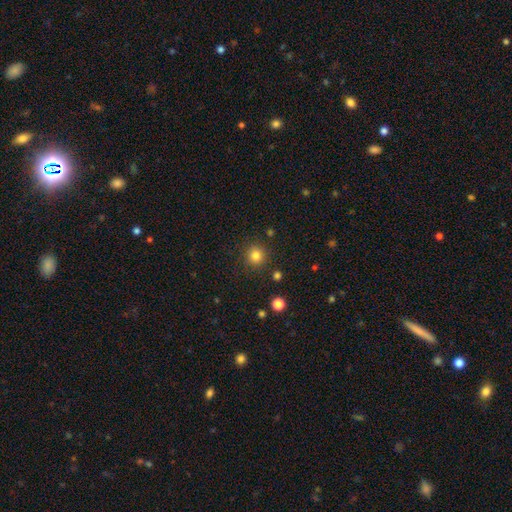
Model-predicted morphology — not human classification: Smooth or featured?
  - smooth: 82% *
  - star or artifact: 13%
  - featured or disk: 5%
How rounded?
  - round: 94% *
  - in between: 5%
  - cigar-shaped: 1%
Merging?
  - none: 89% *
  - minor disturbance: 6%
  - major disturbance: 3%
  - merger: 2%